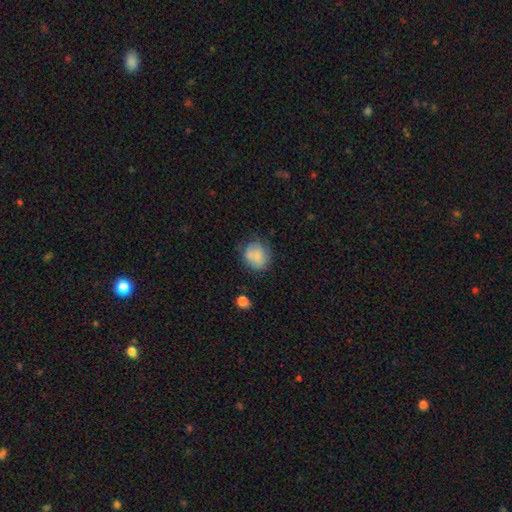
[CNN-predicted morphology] smooth_or_featured: smooth (p=0.72) [alt: featured or disk p=0.19]
how_rounded: round (p=0.75) [alt: in between p=0.24]
merging: none (p=0.62) [alt: minor disturbance p=0.23]